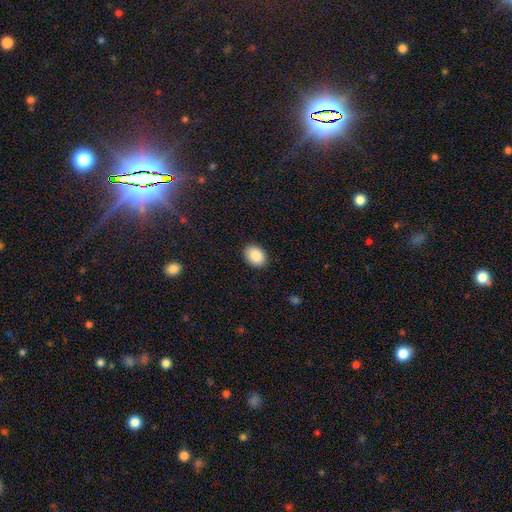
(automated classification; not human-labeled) This is clearly a smooth galaxy (89%). How rounded: likely in between (72%). Merging: clearly none (89%).